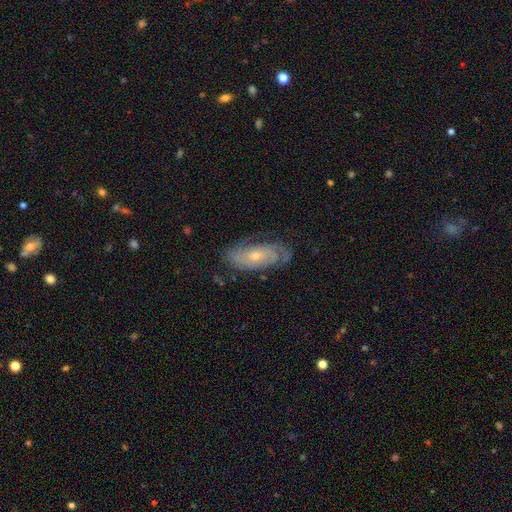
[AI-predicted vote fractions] Morphology: type=featured or disk (80%); edge-on=no (92%); bar=no (72%); spiral arms=yes (94%); winding=tight (62%); arm count=2 (42%); bulge=small (56%); merging=none (74%).